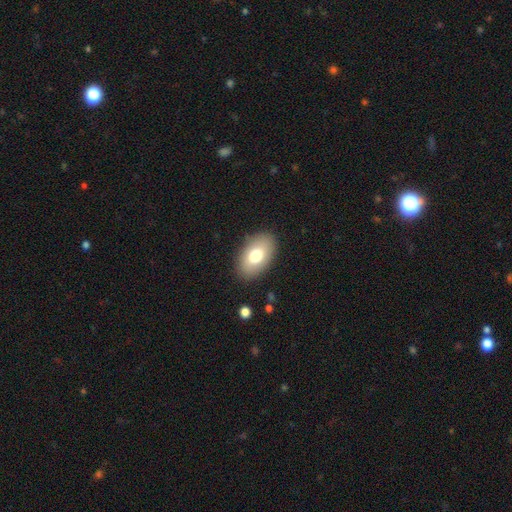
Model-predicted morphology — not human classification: Smooth or featured: smooth — 75% (featured or disk — 17%)
How rounded: in between — 92% (round — 6%)
Merging: none — 87% (minor disturbance — 9%)